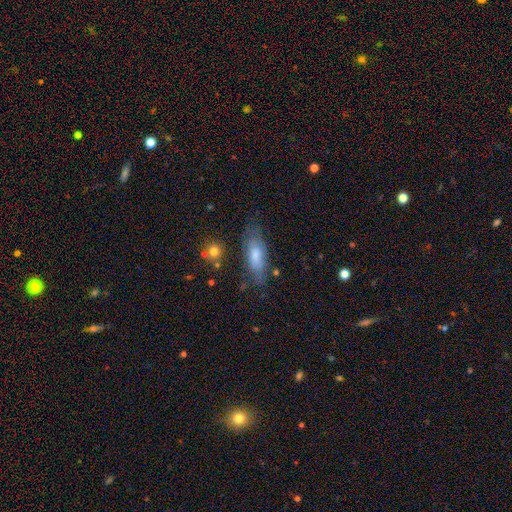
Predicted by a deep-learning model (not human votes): This is likely a smooth galaxy (70%). How rounded: likely in between (67%). Merging: likely none (67%).